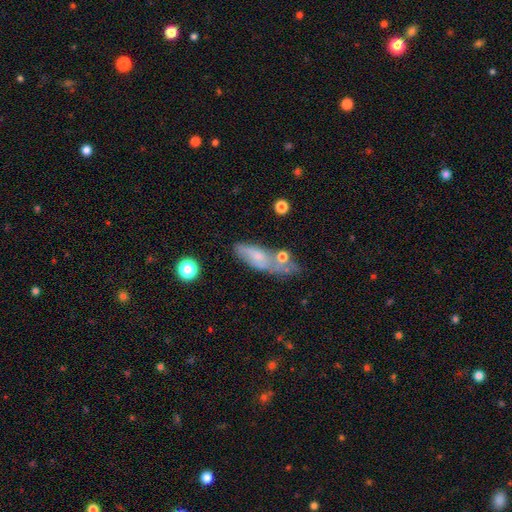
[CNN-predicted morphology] This appears to be a smooth galaxy with no disk features (49%). Merging: none (44%).